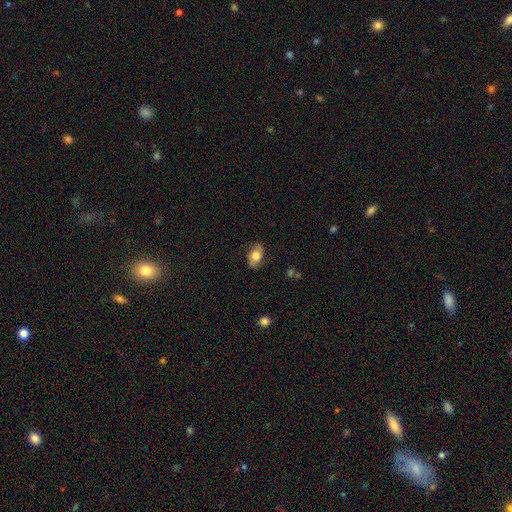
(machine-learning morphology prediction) A smooth galaxy with no disk features (63%) that is in between round and cigar-shaped (86%). Merging: none (76%).